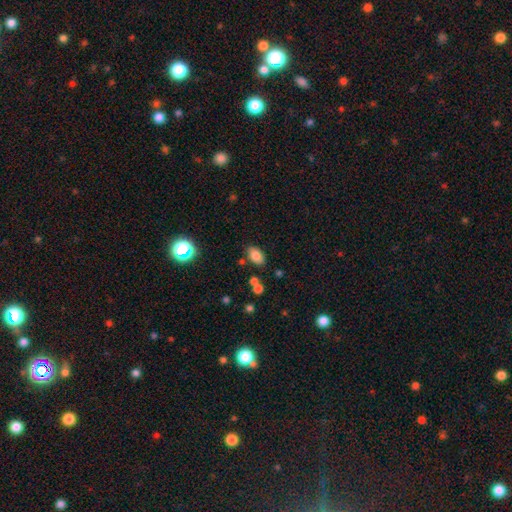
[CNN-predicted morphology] This appears to be a smooth galaxy with no disk features (80%) that is in between round and cigar-shaped (90%). Merging: none (78%).